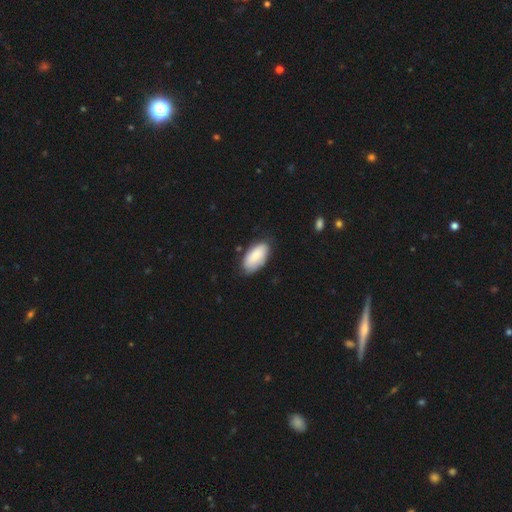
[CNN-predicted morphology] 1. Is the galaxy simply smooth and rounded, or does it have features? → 82% smooth, 12% featured or disk, 6% star or artifact.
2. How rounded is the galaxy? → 94% in between, 3% cigar-shaped, 2% round.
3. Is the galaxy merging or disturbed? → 73% none, 22% minor disturbance, 4% major disturbance, 2% merger.